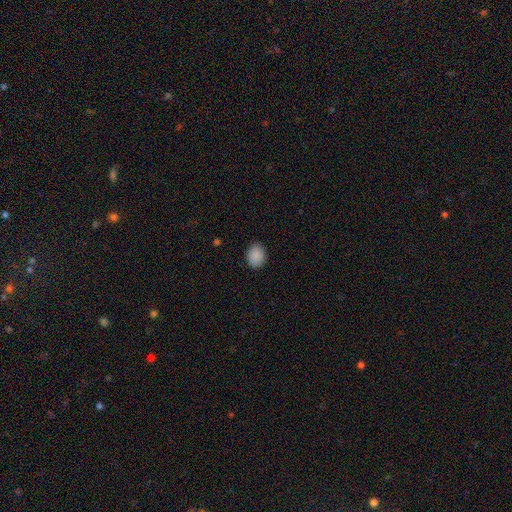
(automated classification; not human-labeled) This is clearly a smooth galaxy (89%). How rounded: possibly in between (50%, tied with round). Merging: clearly none (87%).